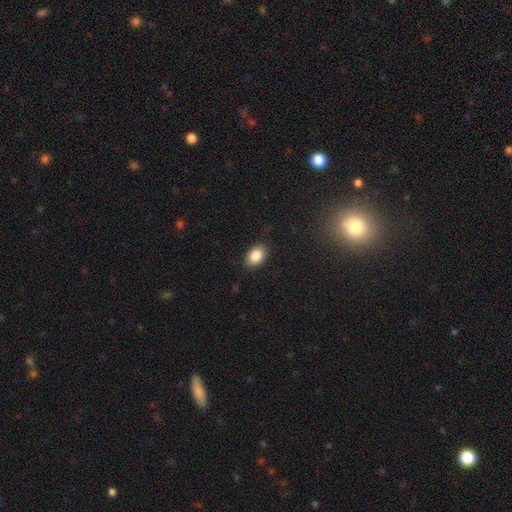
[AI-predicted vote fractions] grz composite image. It shows a smooth galaxy with no disk features (87%) that is in between round and cigar-shaped (79%). Merging: none (83%).